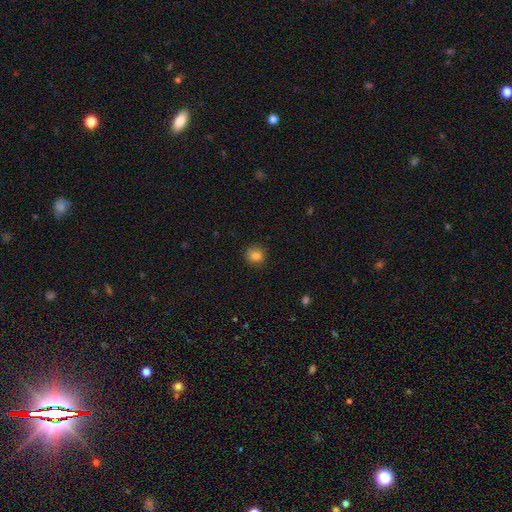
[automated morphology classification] This appears to be a smooth galaxy with no disk features (84%) that is round (79%). Merging: none (85%).